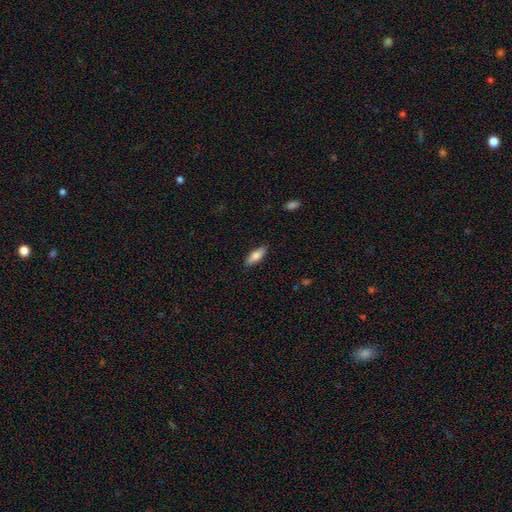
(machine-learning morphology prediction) Smooth or featured?
  - smooth: 77% *
  - featured or disk: 17%
  - star or artifact: 6%
How rounded?
  - in between: 64% *
  - cigar-shaped: 34%
  - round: 2%
Merging?
  - none: 87% *
  - minor disturbance: 10%
  - major disturbance: 2%
  - merger: 1%